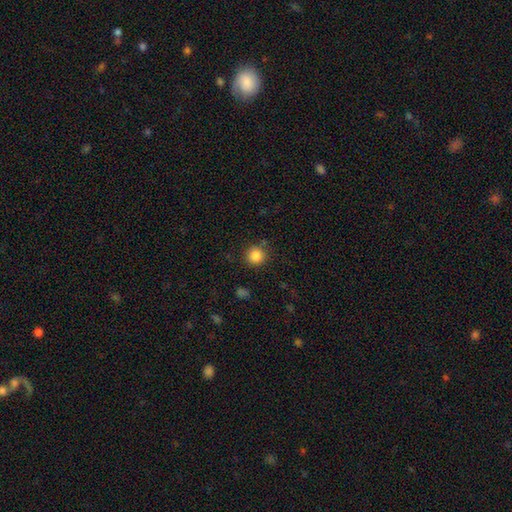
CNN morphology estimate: A smooth galaxy with no disk features (85%) that is round (93%).

Vote fractions:
- Smooth or featured? smooth: 85% / star or artifact: 11% / featured or disk: 4%
- How rounded? round: 93% / in between: 6% / cigar-shaped: 1%
- Merging? none: 85% / minor disturbance: 9% / major disturbance: 3% / merger: 3%